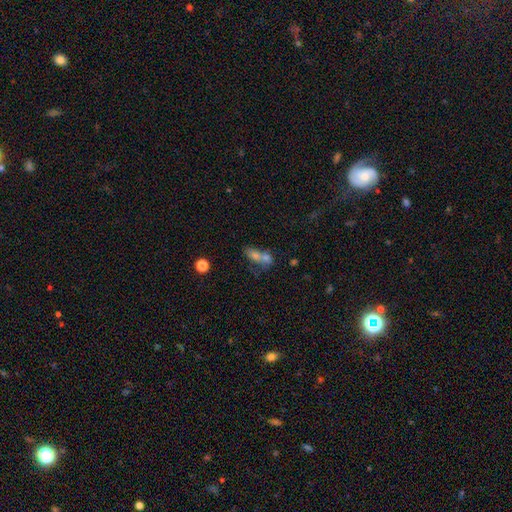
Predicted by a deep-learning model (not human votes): Smooth or featured? smooth (59%)
How rounded? in between (63%)
Merging? merger (64%)